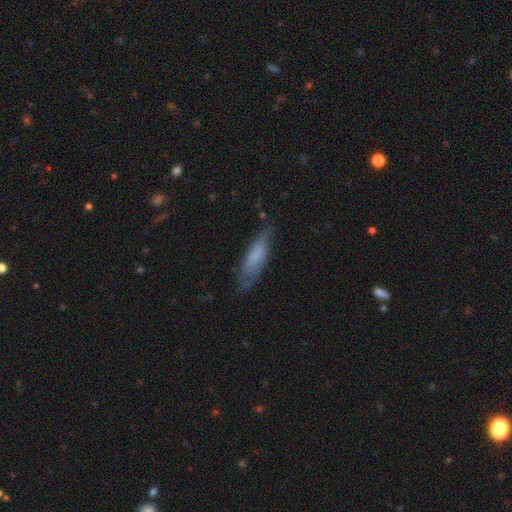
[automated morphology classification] type=smooth (67%); roundness=cigar-shaped (63%); merging=none (67%).